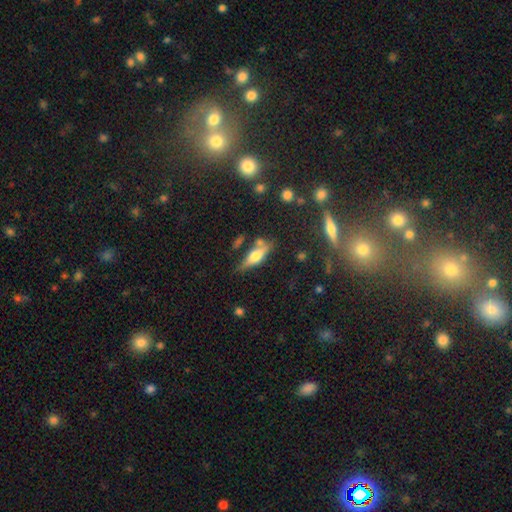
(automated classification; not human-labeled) This appears to be a smooth galaxy with no disk features (47%). Merging: none (63%).